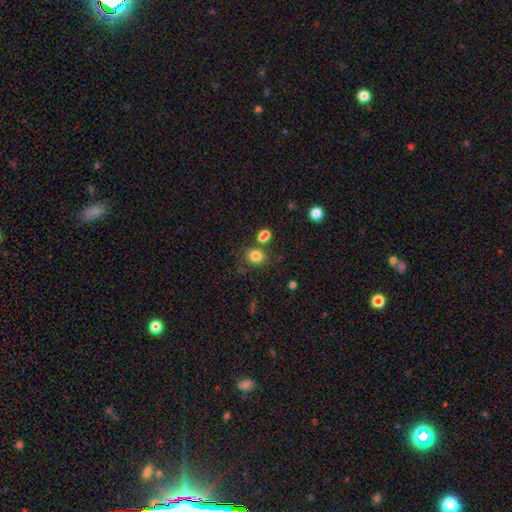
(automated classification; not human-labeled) Smooth or featured? Predicted: smooth (p=0.82). How rounded? Predicted: round (p=0.73). Merging? Predicted: none (p=0.73).